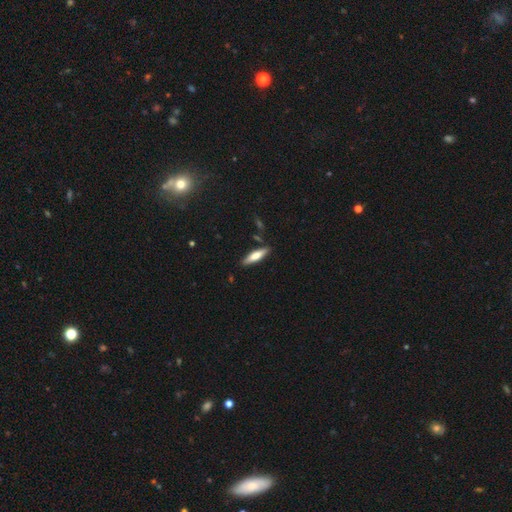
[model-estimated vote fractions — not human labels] This is likely a smooth galaxy (66%). How rounded: likely cigar-shaped (67%). Merging: clearly none (85%).